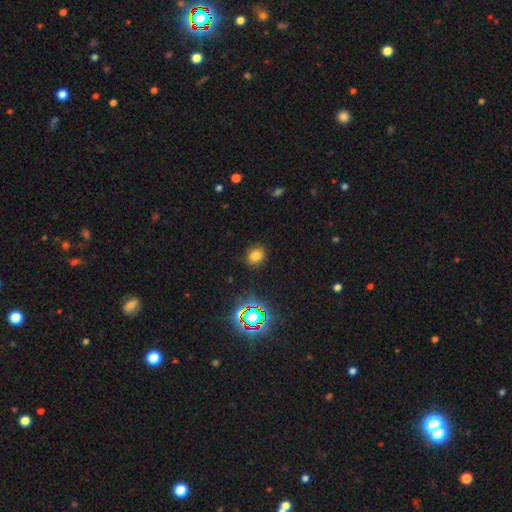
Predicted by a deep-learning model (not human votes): Overall: smooth (75%). How rounded: round (65%; in between 34%). Merging: none (87%).